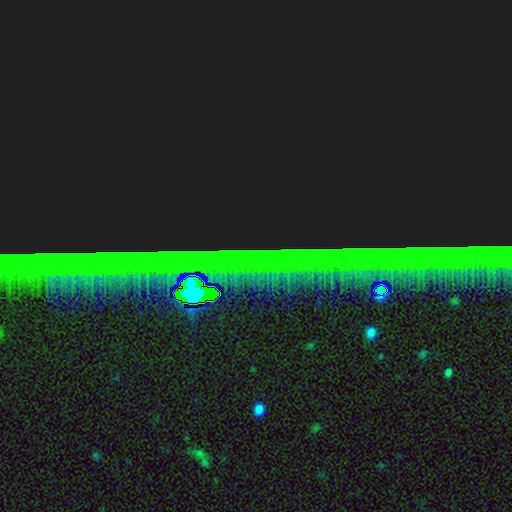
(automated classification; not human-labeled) A star or artifact, not a galaxy (85%).